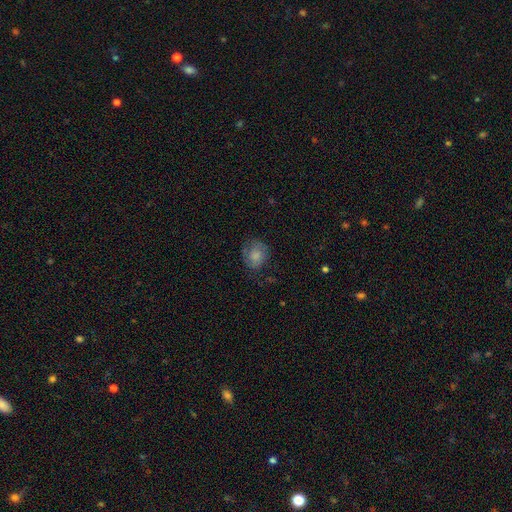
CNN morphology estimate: The model was most divided on "how rounded": round: 64%, in between: 35%, cigar-shaped: 1%. More confident: smooth or featured — smooth (76%); merging — none (63%).